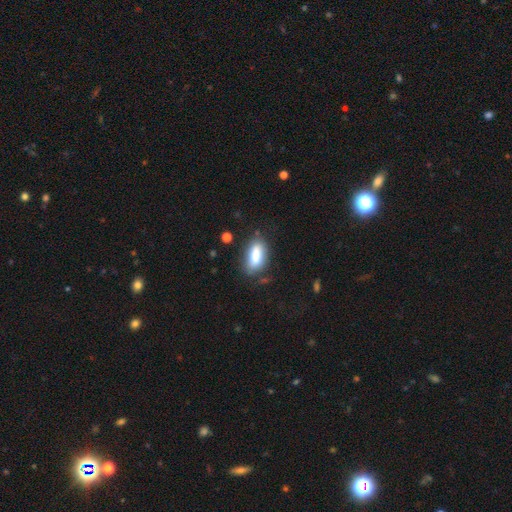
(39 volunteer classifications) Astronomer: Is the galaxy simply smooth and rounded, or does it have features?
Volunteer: smooth — 72%.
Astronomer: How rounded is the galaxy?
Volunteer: in between — 75%.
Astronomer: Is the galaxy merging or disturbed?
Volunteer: none — 75%.